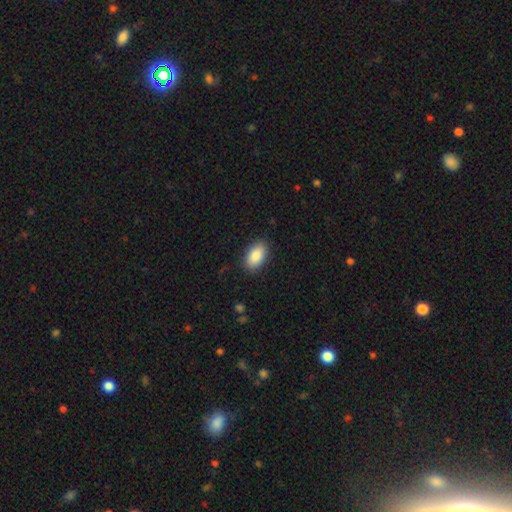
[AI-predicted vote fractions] smooth-or-featured: smooth: 88% | star or artifact: 6% | featured or disk: 5%
  how-rounded: in between: 93% | round: 4% | cigar-shaped: 2%
  merging: none: 88% | minor disturbance: 9% | major disturbance: 2% | merger: 1%